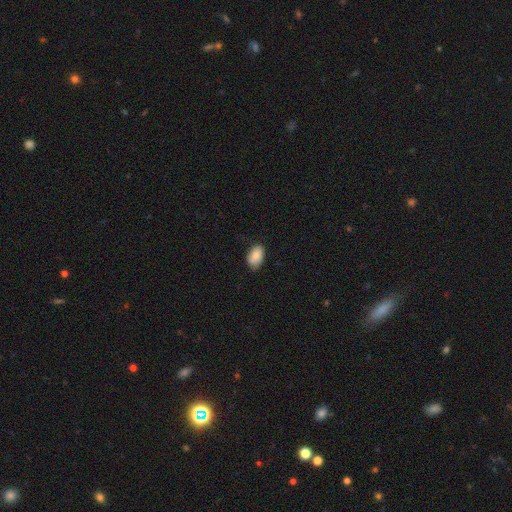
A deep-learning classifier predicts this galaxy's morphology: This is clearly a smooth galaxy (83%). How rounded: clearly in between (92%). Merging: likely none (71%).